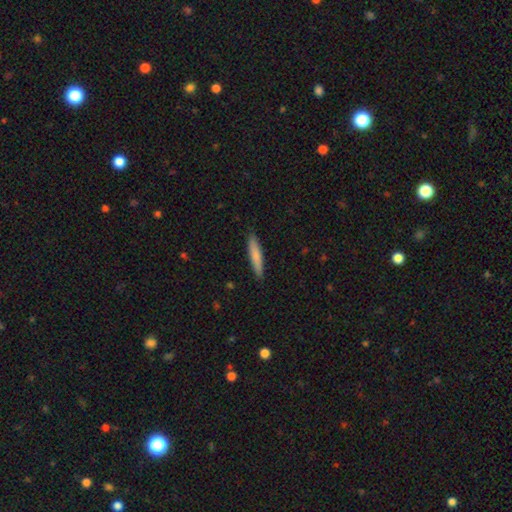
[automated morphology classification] This is likely a smooth galaxy (76%). How rounded: clearly cigar-shaped (89%). Merging: clearly none (89%).